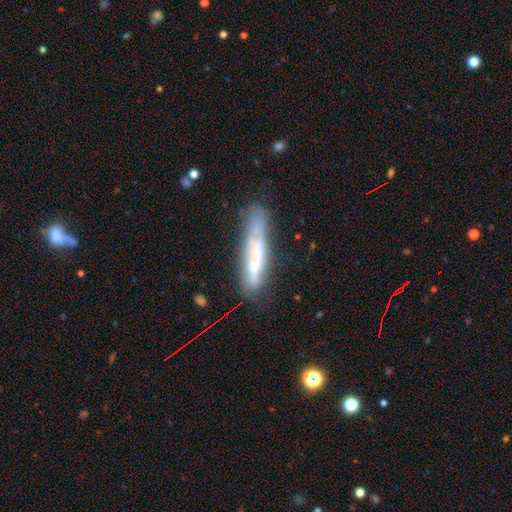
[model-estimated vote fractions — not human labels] The model was most divided on "smooth or featured": featured or disk: 53%, smooth: 38%, star or artifact: 9%. More confident: edge-on disk — yes (61%); merging — none (57%).